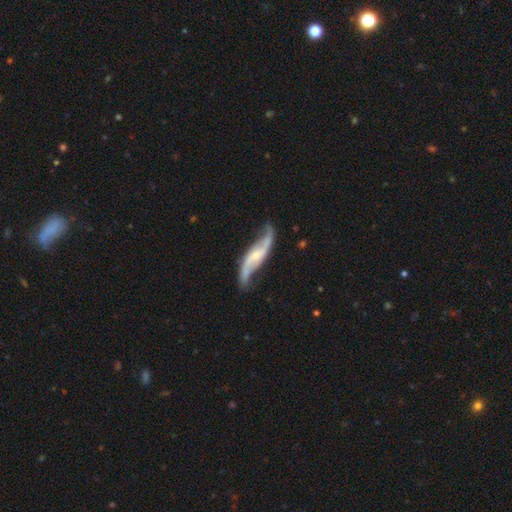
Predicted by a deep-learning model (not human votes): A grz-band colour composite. It shows a featured or disk galaxy (87%) with no bar (42%), 2 (93%) loose (83%) spiral arms (96%) and a small central bulge (66%). Merging: none (71%).